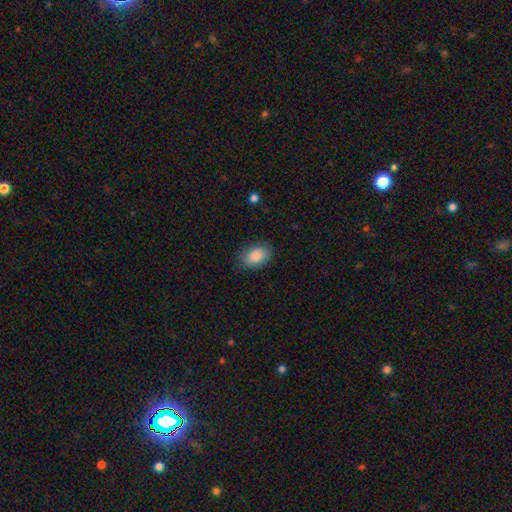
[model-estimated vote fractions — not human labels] Smooth or featured? smooth (87%)
How rounded? in between (88%)
Merging? none (83%)